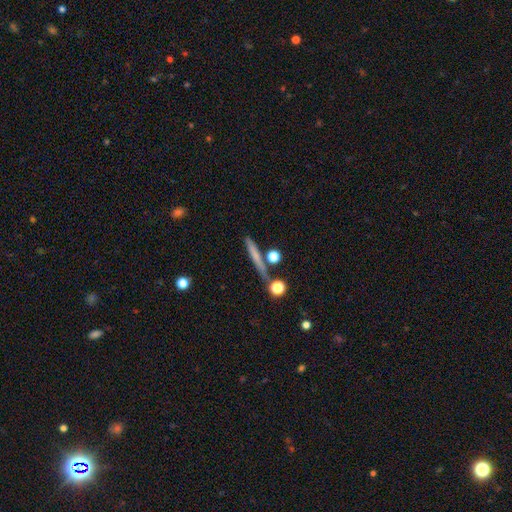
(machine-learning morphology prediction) A smooth galaxy with no disk features (59%) that is cigar-shaped (85%).

Vote fractions:
- Smooth or featured? smooth: 59% / featured or disk: 31% / star or artifact: 10%
- How rounded? cigar-shaped: 85% / round: 8% / in between: 7%
- Merging? none: 75% / minor disturbance: 12% / merger: 9% / major disturbance: 4%